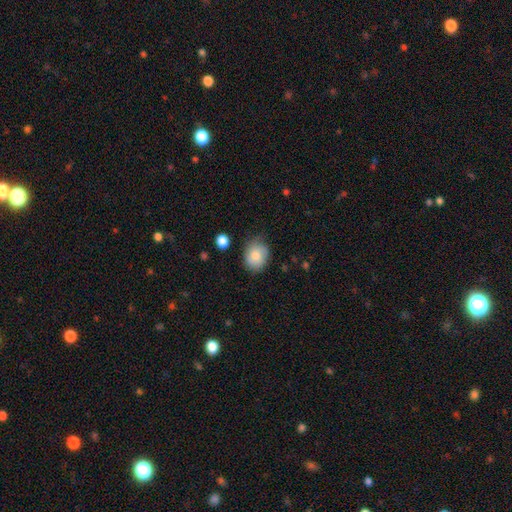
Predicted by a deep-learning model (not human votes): Smooth or featured?
  - smooth: 77% *
  - featured or disk: 16%
  - star or artifact: 7%
How rounded?
  - round: 54% *
  - in between: 45%
  - cigar-shaped: 1%
Merging?
  - none: 67% *
  - minor disturbance: 26%
  - major disturbance: 5%
  - merger: 2%